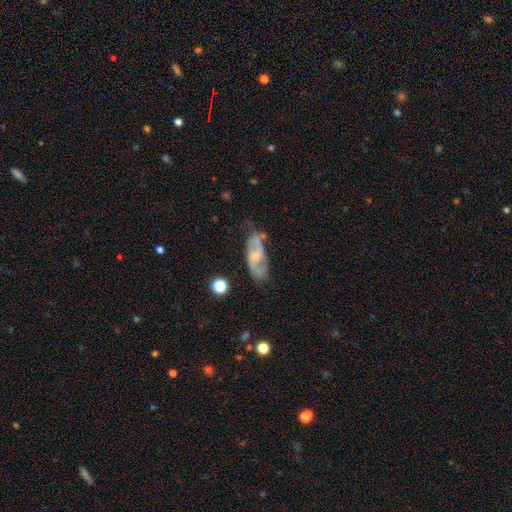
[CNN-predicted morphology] featured or disk 68%, smooth 25%, star or artifact 7%. Down the decision tree: edge-on disk — no (90%); bar — no (58%); spiral arms — yes (84%); spiral arm count — 2 (77%); spiral winding — medium (45%); bulge size — small (55%); merging — none (58%).